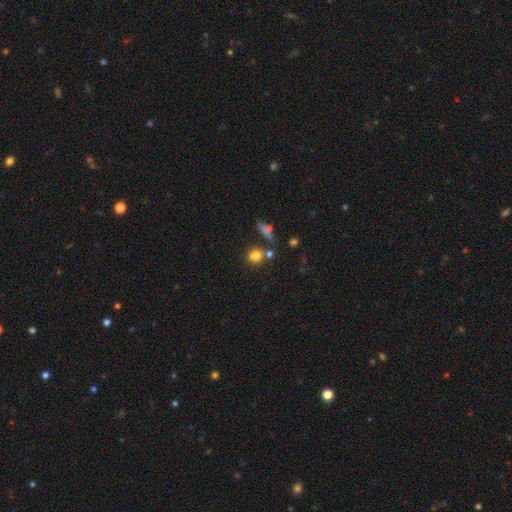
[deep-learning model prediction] Smooth or featured? smooth (79%)
How rounded? round (78%)
Merging? none (65%)